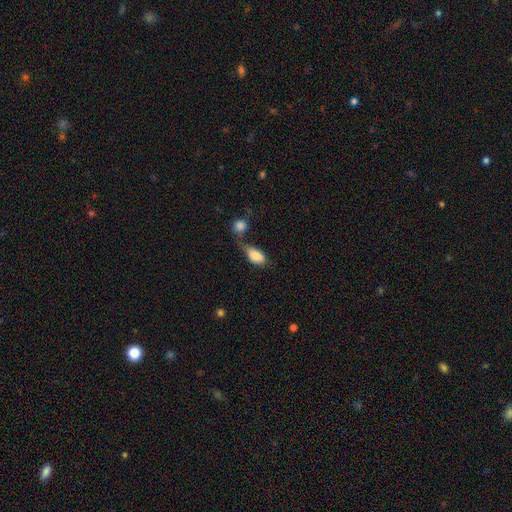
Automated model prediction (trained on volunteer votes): Smooth or featured: smooth — 84% (featured or disk — 9%)
How rounded: in between — 90% (round — 6%)
Merging: merger — 42% (none — 25%)